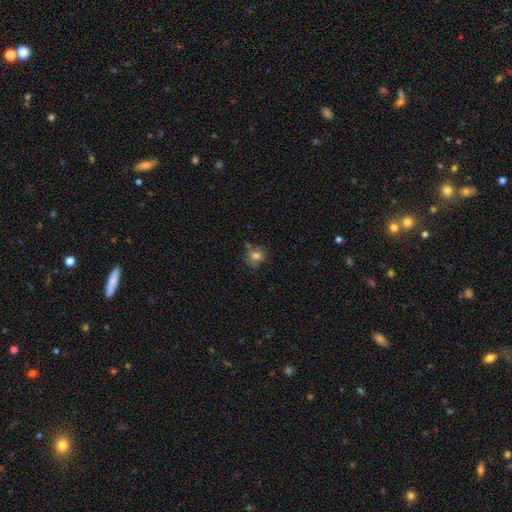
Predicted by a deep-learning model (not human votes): smooth-or-featured: smooth: 80% | star or artifact: 11% | featured or disk: 9%
  how-rounded: round: 71% | in between: 28% | cigar-shaped: 1%
  merging: none: 70% | minor disturbance: 19% | merger: 7% | major disturbance: 4%